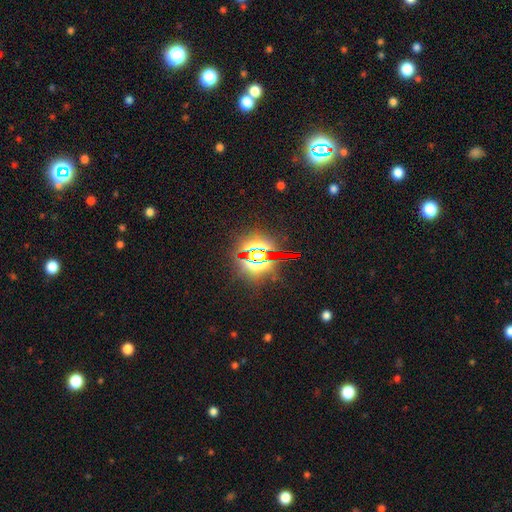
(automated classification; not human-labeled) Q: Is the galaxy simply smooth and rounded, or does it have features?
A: star or artifact — 84%.